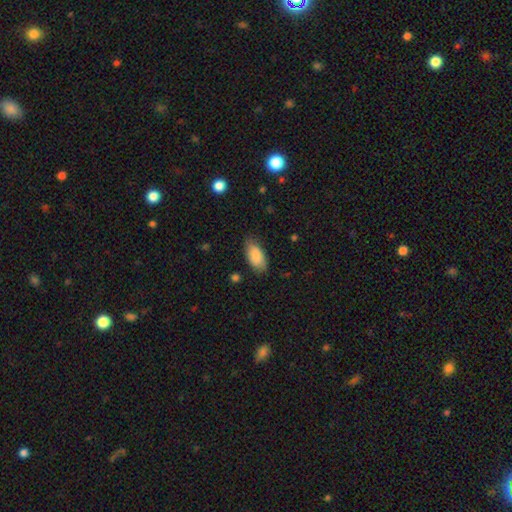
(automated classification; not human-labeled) A smooth galaxy with no disk features (85%) that is in between round and cigar-shaped (93%).

Vote fractions:
- Smooth or featured? smooth: 85% / featured or disk: 9% / star or artifact: 6%
- How rounded? in between: 93% / cigar-shaped: 5% / round: 2%
- Merging? none: 78% / minor disturbance: 18% / major disturbance: 3% / merger: 1%